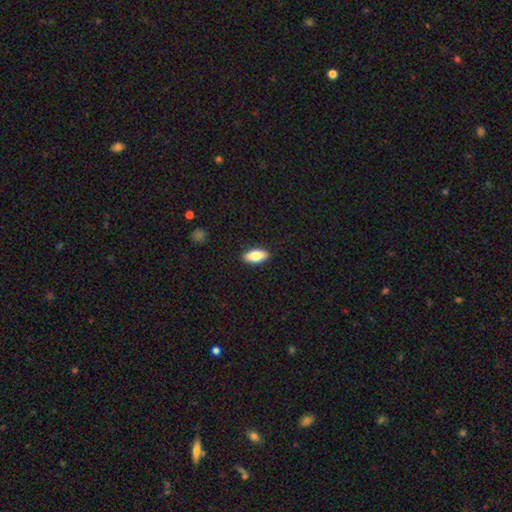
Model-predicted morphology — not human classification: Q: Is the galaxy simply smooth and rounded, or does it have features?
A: smooth — 79%.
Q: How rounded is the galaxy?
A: in between — 88%.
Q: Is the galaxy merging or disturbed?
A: none — 90%.